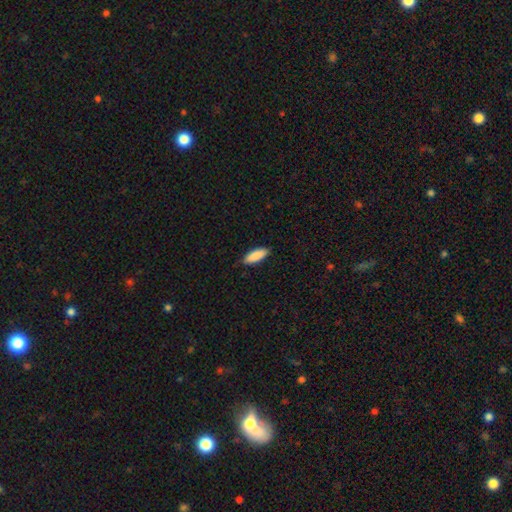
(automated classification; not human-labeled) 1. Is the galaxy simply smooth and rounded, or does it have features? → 88% smooth, 6% featured or disk, 5% star or artifact.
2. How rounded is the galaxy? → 69% in between, 29% cigar-shaped, 2% round.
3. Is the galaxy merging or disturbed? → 87% none, 11% minor disturbance, 2% major disturbance, 1% merger.